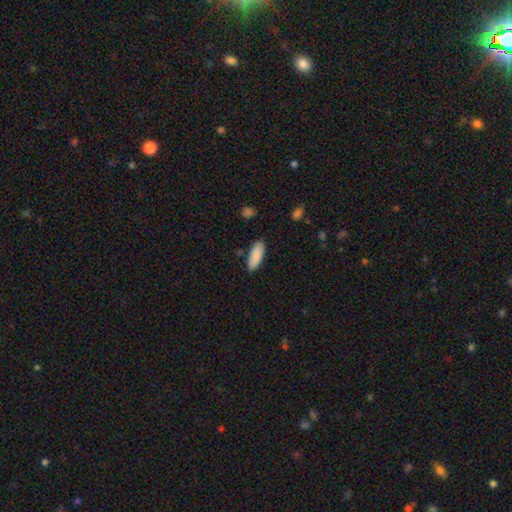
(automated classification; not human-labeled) Q: Smooth or featured?
A: smooth (89%); runner-up: star or artifact (6%)
Q: How rounded?
A: in between (68%); runner-up: cigar-shaped (31%)
Q: Merging?
A: none (86%); runner-up: minor disturbance (10%)